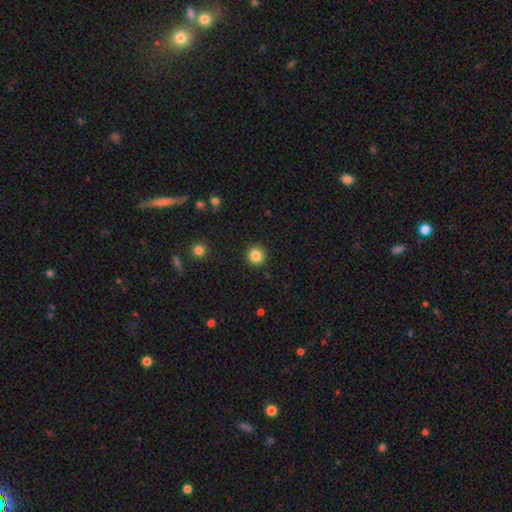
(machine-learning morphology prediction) The model was most divided on "smooth or featured": smooth: 85%, star or artifact: 10%, featured or disk: 5%. More confident: merging — none (91%); how rounded — round (91%).